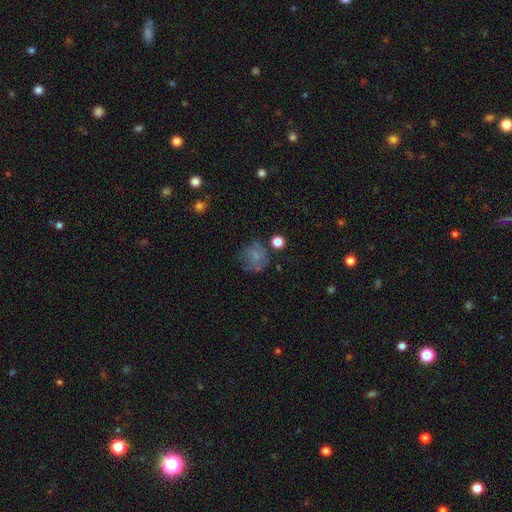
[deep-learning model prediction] Smooth or featured?
  - smooth: 59% *
  - featured or disk: 27%
  - star or artifact: 14%
How rounded?
  - round: 79% *
  - in between: 20%
  - cigar-shaped: 1%
Merging?
  - none: 59% *
  - minor disturbance: 22%
  - major disturbance: 14%
  - merger: 5%